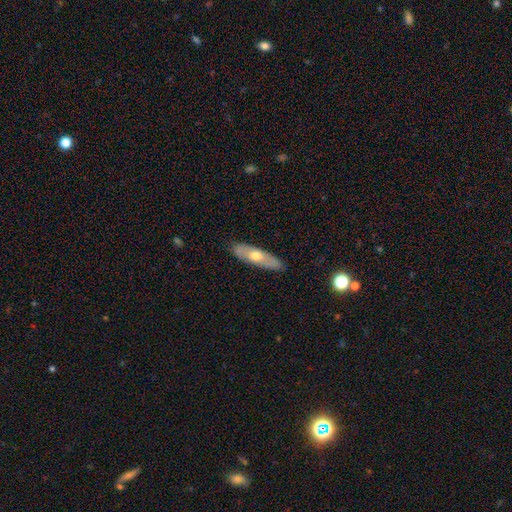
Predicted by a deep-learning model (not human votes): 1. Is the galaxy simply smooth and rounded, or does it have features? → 48% featured or disk, 46% smooth, 6% star or artifact.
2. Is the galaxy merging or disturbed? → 86% none, 11% minor disturbance, 2% major disturbance, 1% merger.